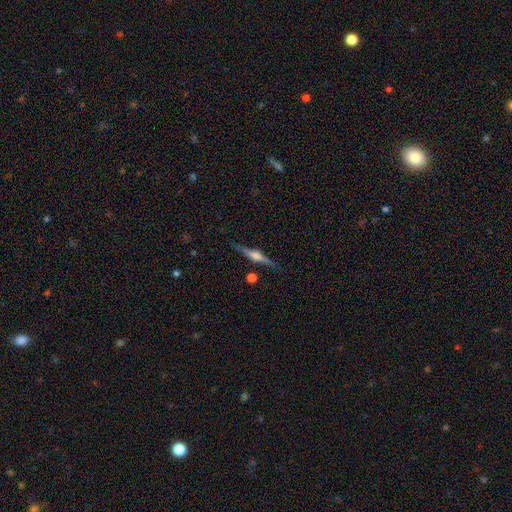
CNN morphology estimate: Overall: featured or disk (74%). Edge-on disk: yes (98%). Edge-on bulge: rounded (79%). Merging: none (86%).